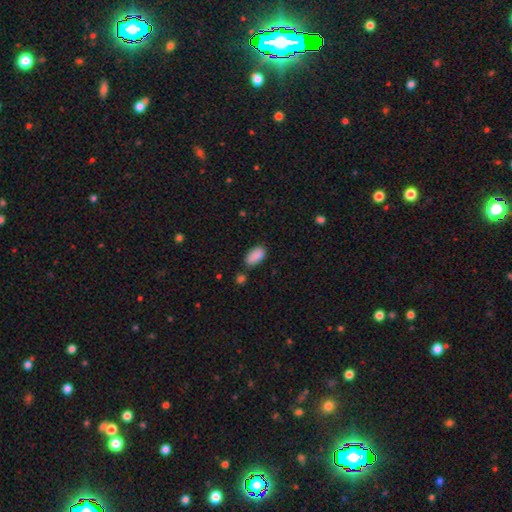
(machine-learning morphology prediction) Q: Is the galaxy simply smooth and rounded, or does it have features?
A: smooth — 89%.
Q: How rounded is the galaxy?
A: in between — 94%.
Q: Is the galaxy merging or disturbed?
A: none — 75%.